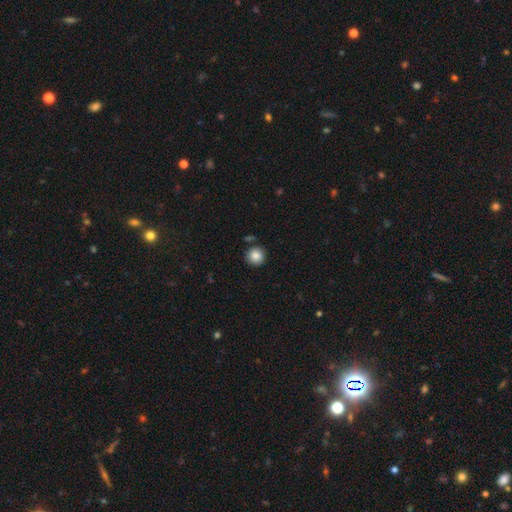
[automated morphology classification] smooth-or-featured: smooth: 86% | star or artifact: 9% | featured or disk: 5%
  how-rounded: round: 94% | in between: 5% | cigar-shaped: 1%
  merging: none: 86% | minor disturbance: 8% | merger: 4% | major disturbance: 2%